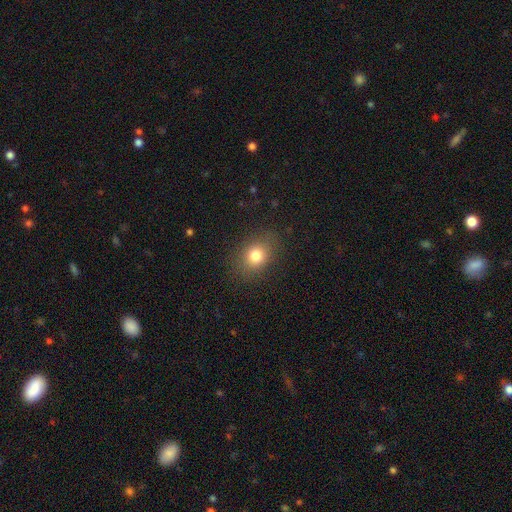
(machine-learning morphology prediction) Smooth or featured? Predicted: smooth (p=0.79). How rounded? Predicted: round (p=0.52). Merging? Predicted: none (p=0.83).